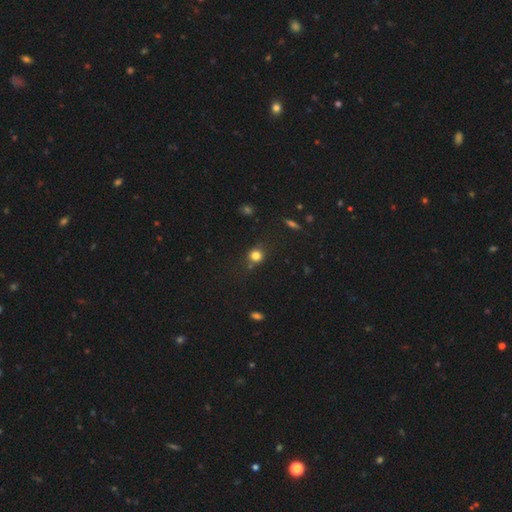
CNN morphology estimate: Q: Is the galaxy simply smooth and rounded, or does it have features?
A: smooth — 77%.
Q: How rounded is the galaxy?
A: round — 86%.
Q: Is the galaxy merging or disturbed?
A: none — 71%.